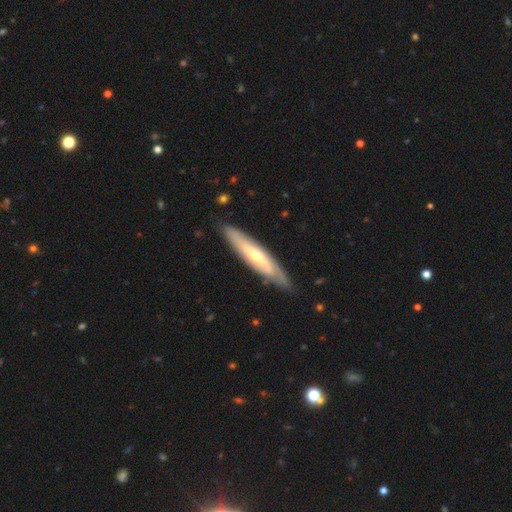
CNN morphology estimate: smooth_or_featured: featured or disk (p=0.62) [alt: smooth p=0.33]
disk_edge_on: yes (p=0.55) [alt: no p=0.45]
merging: none (p=0.80) [alt: minor disturbance p=0.16]